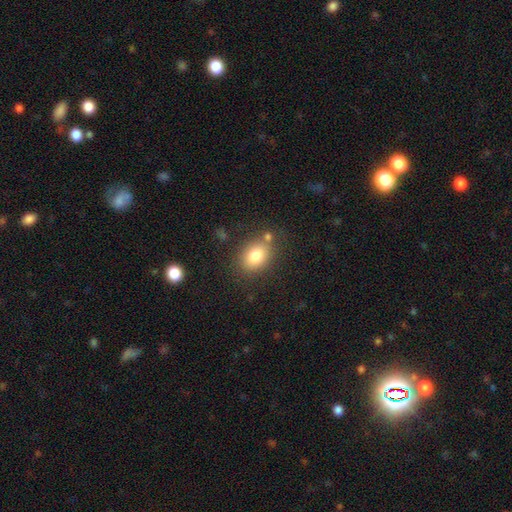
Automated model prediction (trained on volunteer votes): smooth_or_featured: smooth (p=0.79) [alt: featured or disk p=0.10]
how_rounded: in between (p=0.64) [alt: round p=0.35]
merging: none (p=0.72) [alt: minor disturbance p=0.14]